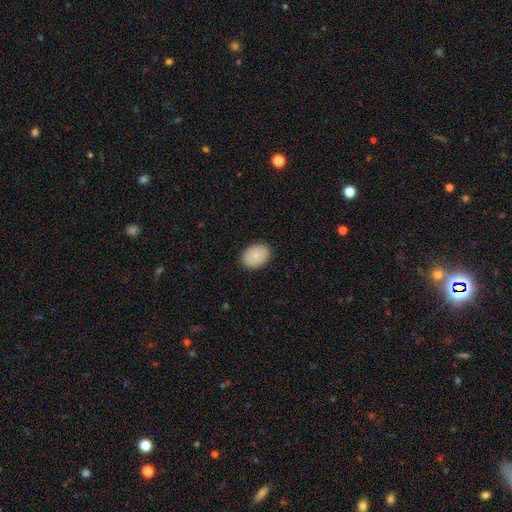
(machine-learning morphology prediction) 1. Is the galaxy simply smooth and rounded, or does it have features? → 87% smooth, 7% star or artifact, 6% featured or disk.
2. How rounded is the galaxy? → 78% in between, 21% round, 1% cigar-shaped.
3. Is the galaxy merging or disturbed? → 89% none, 8% minor disturbance, 2% major disturbance, 1% merger.